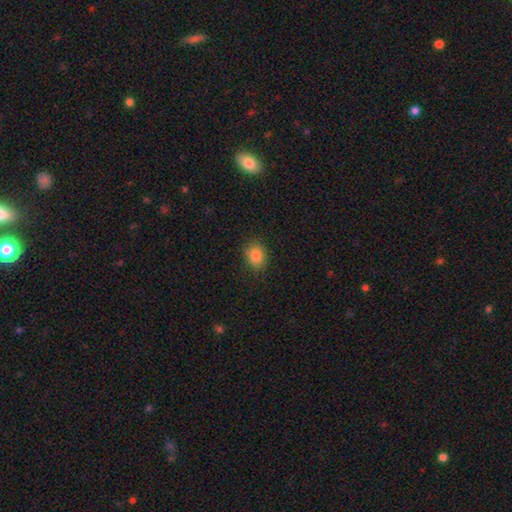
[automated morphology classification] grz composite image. It shows a smooth galaxy with no disk features (85%) that is in between round and cigar-shaped (66%). Merging: none (85%).